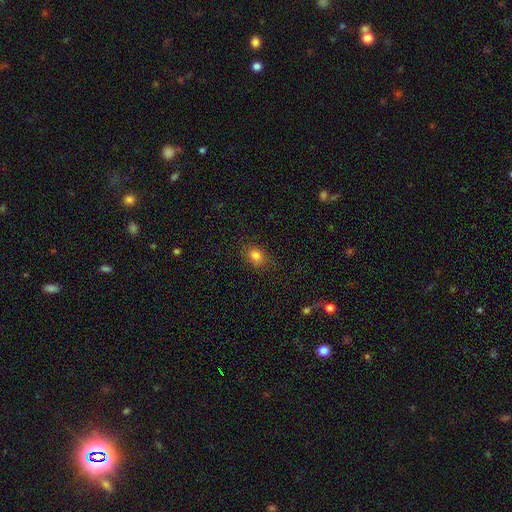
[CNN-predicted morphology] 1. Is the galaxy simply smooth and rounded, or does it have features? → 82% smooth, 12% star or artifact, 7% featured or disk.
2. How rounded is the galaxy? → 60% in between, 38% round, 1% cigar-shaped.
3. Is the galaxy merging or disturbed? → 80% none, 14% minor disturbance, 4% major disturbance, 1% merger.